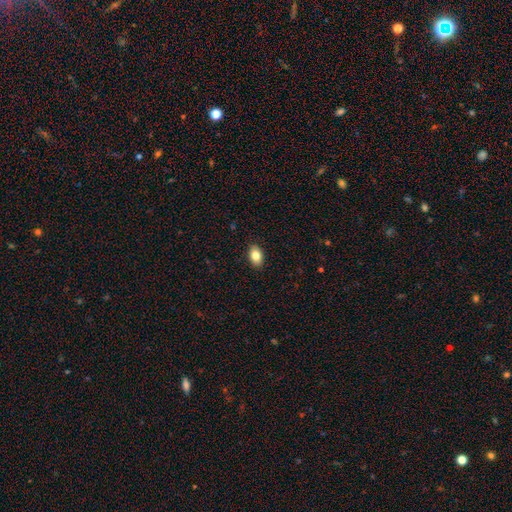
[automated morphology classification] Smooth or featured? smooth (84%)
How rounded? in between (88%)
Merging? none (90%)